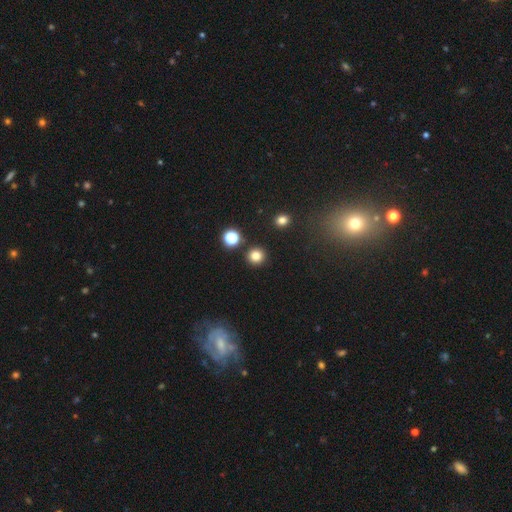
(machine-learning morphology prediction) smooth_or_featured: smooth (p=0.81) [alt: star or artifact p=0.14]
how_rounded: round (p=0.93) [alt: in between p=0.06]
merging: none (p=0.89) [alt: minor disturbance p=0.05]